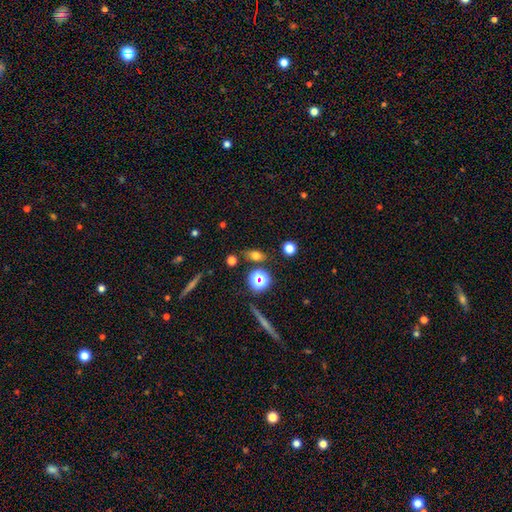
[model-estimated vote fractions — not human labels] Smooth or featured? Predicted: smooth (p=0.68). How rounded? Predicted: in between (p=0.67). Merging? Predicted: none (p=0.76).